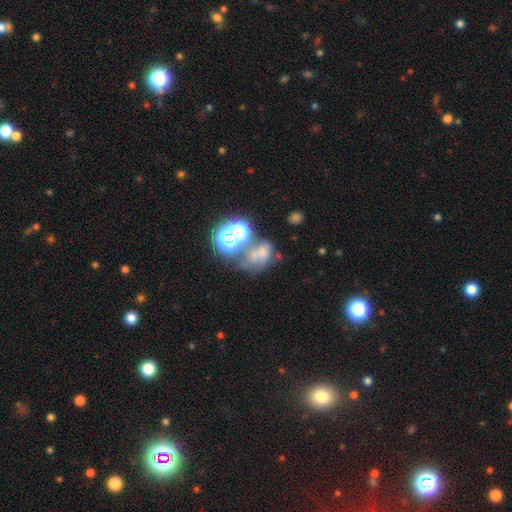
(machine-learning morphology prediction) smooth_or_featured: smooth (p=0.37) [alt: star or artifact p=0.32]
merging: merger (p=0.42) [alt: none p=0.27]